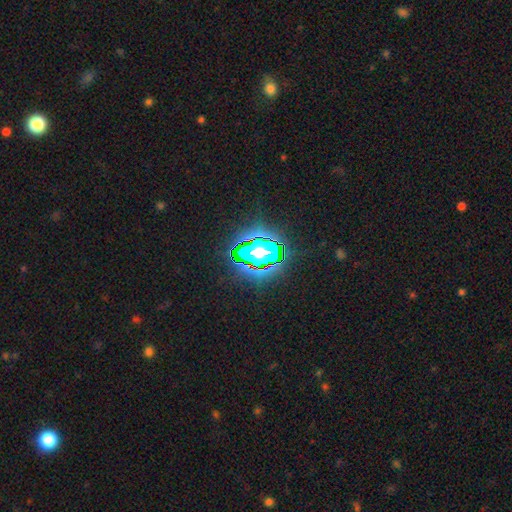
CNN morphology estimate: A star or artifact, not a galaxy (66%).

Vote fractions:
- Smooth or featured? star or artifact: 66% / smooth: 21% / featured or disk: 13%